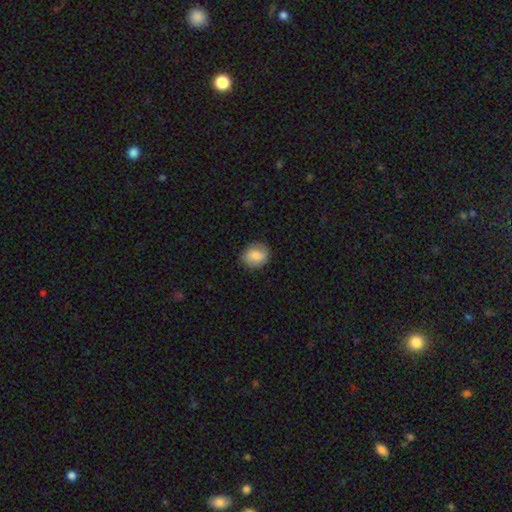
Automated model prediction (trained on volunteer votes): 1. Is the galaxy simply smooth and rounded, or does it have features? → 83% smooth, 9% featured or disk, 8% star or artifact.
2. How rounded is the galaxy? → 68% round, 31% in between, 1% cigar-shaped.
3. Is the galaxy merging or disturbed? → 83% none, 13% minor disturbance, 3% major disturbance, 1% merger.